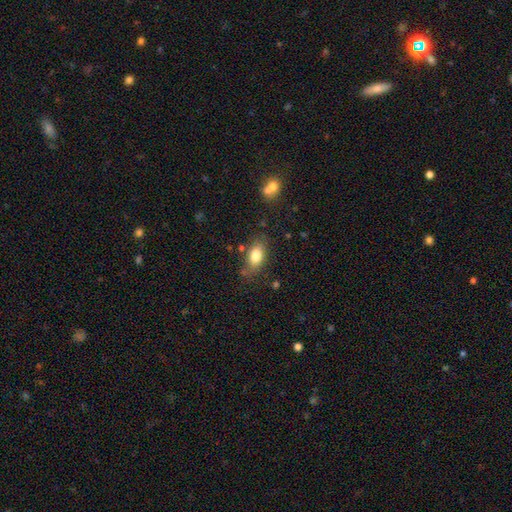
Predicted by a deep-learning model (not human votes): Q: Smooth or featured?
A: smooth (80%); runner-up: featured or disk (12%)
Q: How rounded?
A: in between (87%); runner-up: round (9%)
Q: Merging?
A: none (72%); runner-up: minor disturbance (18%)